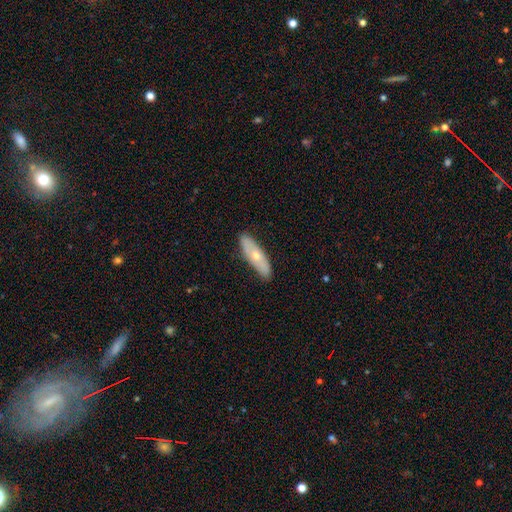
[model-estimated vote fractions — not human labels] A smooth galaxy with no disk features (53%) that is cigar-shaped (54%).

Vote fractions:
- Smooth or featured? smooth: 53% / featured or disk: 41% / star or artifact: 6%
- How rounded? cigar-shaped: 54% / in between: 44% / round: 3%
- Merging? none: 86% / minor disturbance: 11% / major disturbance: 2% / merger: 1%